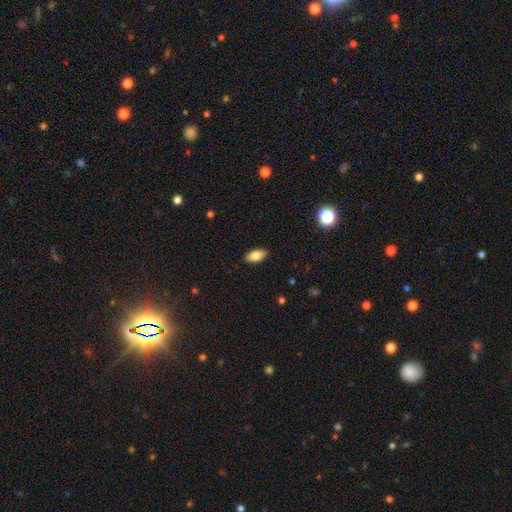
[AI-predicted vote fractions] Morphology: type=smooth (82%); roundness=in between (91%); merging=none (89%).